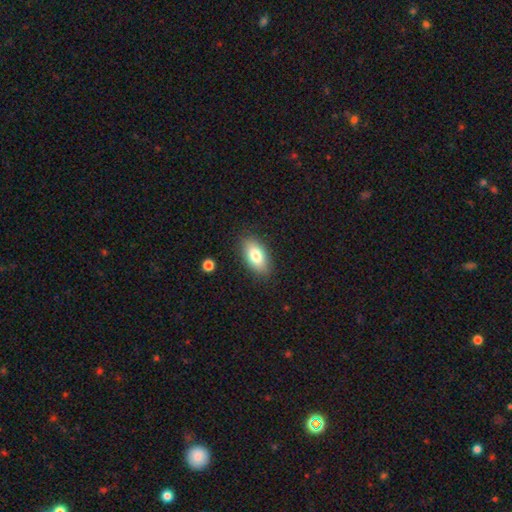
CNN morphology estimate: Smooth or featured?
  - smooth: 79% *
  - featured or disk: 14%
  - star or artifact: 7%
How rounded?
  - in between: 90% *
  - cigar-shaped: 6%
  - round: 4%
Merging?
  - none: 86% *
  - minor disturbance: 10%
  - major disturbance: 3%
  - merger: 1%